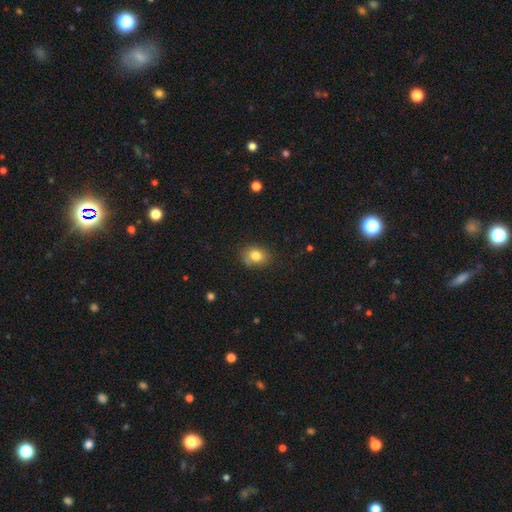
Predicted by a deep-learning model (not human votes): A smooth galaxy with no disk features (81%) that is in between round and cigar-shaped (57%).

Vote fractions:
- Smooth or featured? smooth: 81% / star or artifact: 10% / featured or disk: 9%
- How rounded? in between: 57% / round: 42% / cigar-shaped: 1%
- Merging? none: 74% / minor disturbance: 19% / major disturbance: 4% / merger: 3%